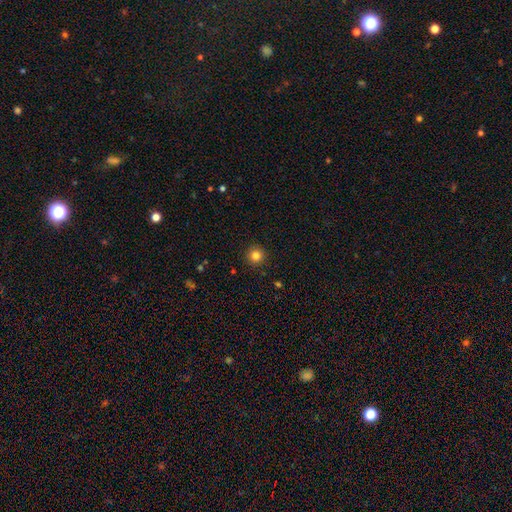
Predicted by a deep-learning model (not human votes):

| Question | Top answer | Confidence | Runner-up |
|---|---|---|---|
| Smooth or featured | smooth | 84% | star or artifact (11%) |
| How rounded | round | 95% | in between (4%) |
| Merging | none | 92% | minor disturbance (5%) |